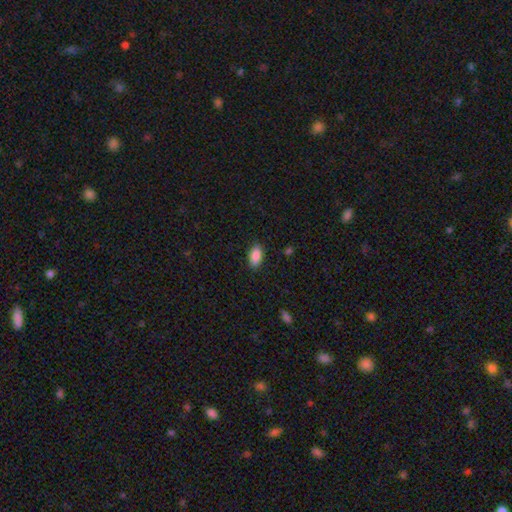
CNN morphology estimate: Smooth or featured: smooth — 88% (star or artifact — 7%)
How rounded: in between — 92% (cigar-shaped — 5%)
Merging: none — 88% (minor disturbance — 9%)